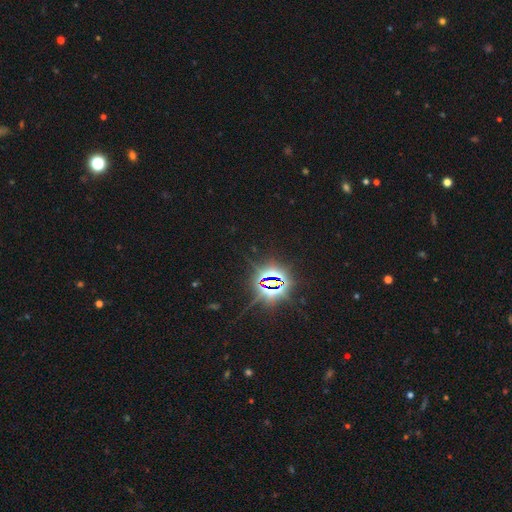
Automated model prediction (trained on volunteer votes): Smooth or featured: star or artifact — 85% (smooth — 9%)